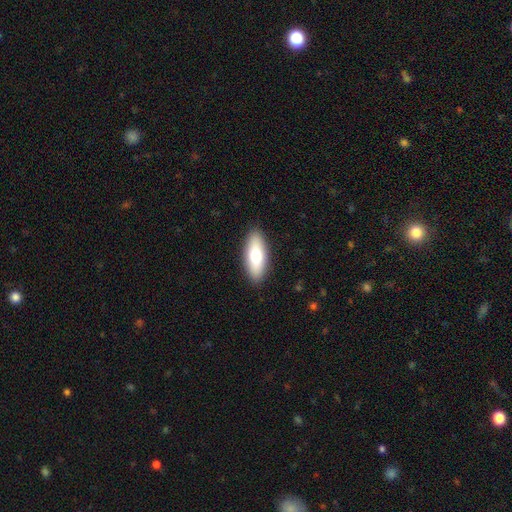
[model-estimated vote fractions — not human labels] Overall: smooth (70%). How rounded: in between (76%). Merging: none (89%).